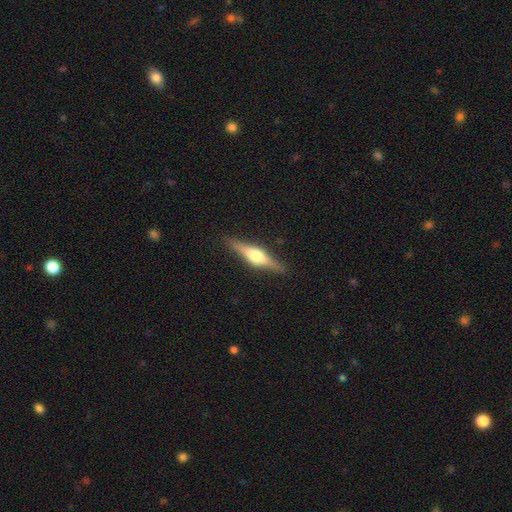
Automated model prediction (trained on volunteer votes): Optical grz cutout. It shows a featured or disk galaxy (69%) viewed edge-on (97%) with a rounded central bulge (90%). Merging: none (89%).